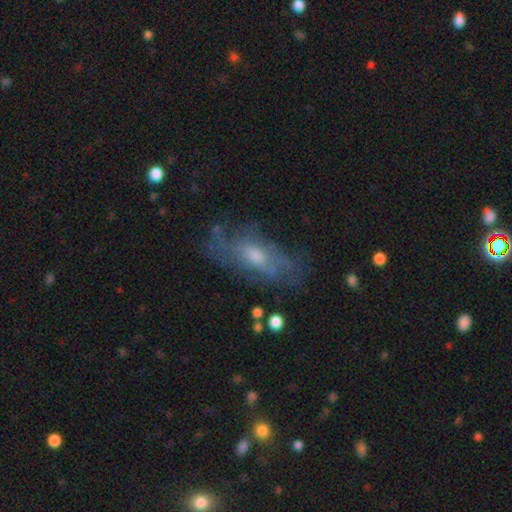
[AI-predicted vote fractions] Smooth or featured: featured or disk — 58% (smooth — 34%)
Edge-on disk: no — 85% (yes — 15%)
Merging: none — 60% (minor disturbance — 23%)